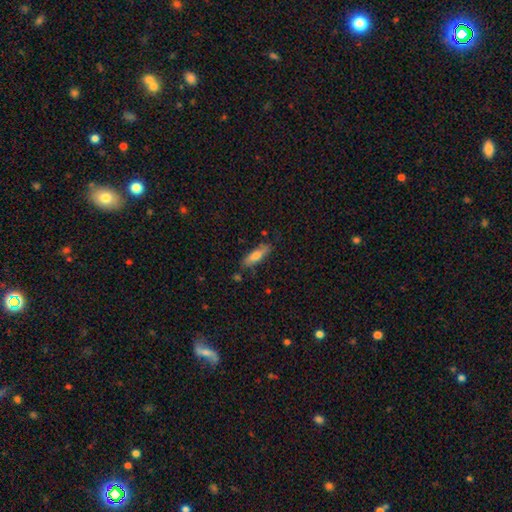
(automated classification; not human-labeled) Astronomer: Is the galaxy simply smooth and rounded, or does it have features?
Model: smooth — 71%.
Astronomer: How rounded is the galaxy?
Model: cigar-shaped — 56% (runner-up: in between, 42%).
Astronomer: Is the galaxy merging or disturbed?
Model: none — 76%.